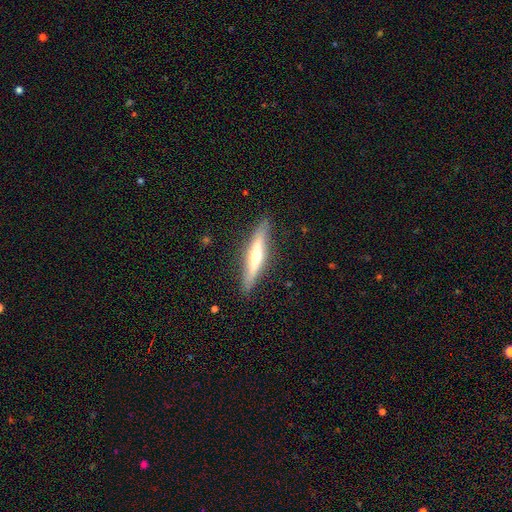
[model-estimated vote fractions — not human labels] A featured or disk galaxy (60%) viewed edge-on (93%) with a rounded central bulge (81%).

Vote fractions:
- Smooth or featured? featured or disk: 60% / smooth: 34% / star or artifact: 6%
- Edge-on disk? yes: 93% / no: 7%
- Edge-on bulge? rounded: 81% / none: 13% / boxy: 6%
- Merging? none: 88% / minor disturbance: 9% / major disturbance: 2% / merger: 1%